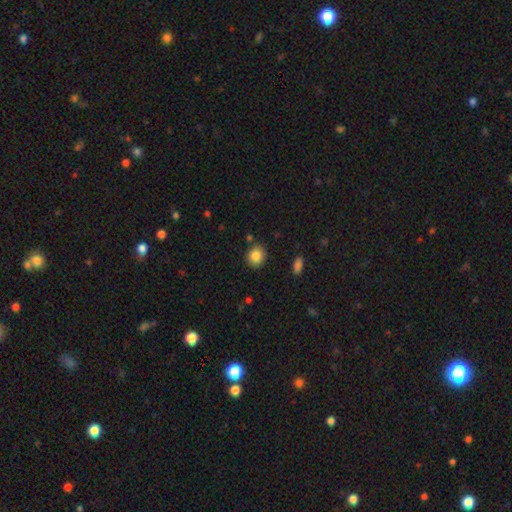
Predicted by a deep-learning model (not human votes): This is clearly a smooth galaxy (84%). How rounded: likely round (76%). Merging: clearly none (86%).